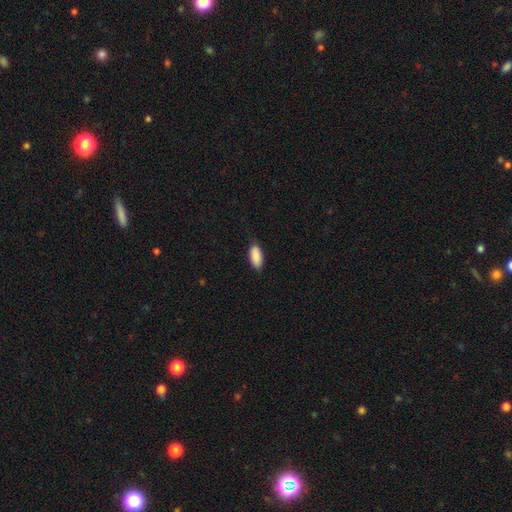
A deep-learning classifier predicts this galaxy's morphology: This is clearly a smooth galaxy (90%). How rounded: clearly in between (87%). Merging: clearly none (81%).